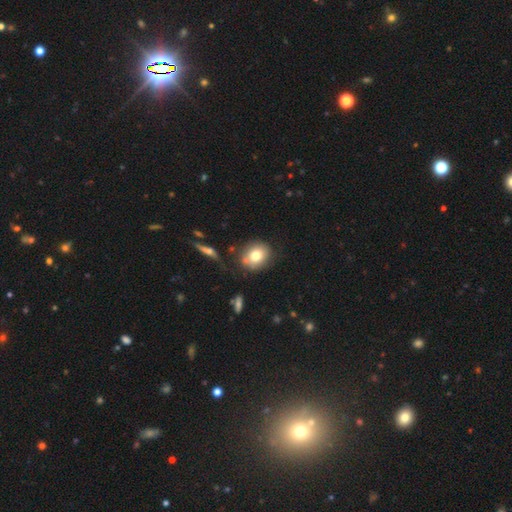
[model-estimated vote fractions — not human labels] Q: Smooth or featured?
A: smooth (76%); runner-up: featured or disk (15%)
Q: How rounded?
A: round (66%); runner-up: in between (33%)
Q: Merging?
A: none (77%); runner-up: minor disturbance (13%)